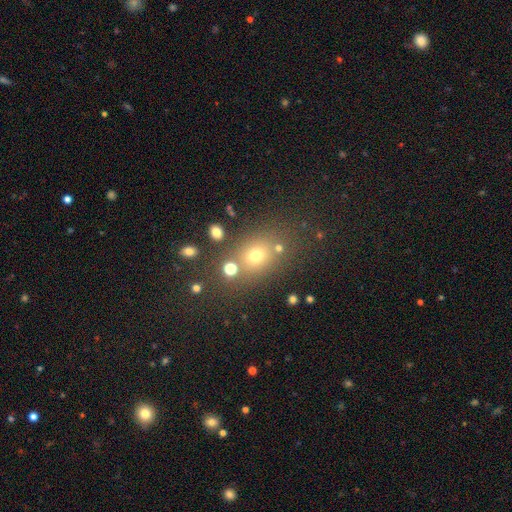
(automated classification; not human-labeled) smooth 63%, star or artifact 24%, featured or disk 13%. Down the decision tree: how rounded — round (51%); merging — none (71%).